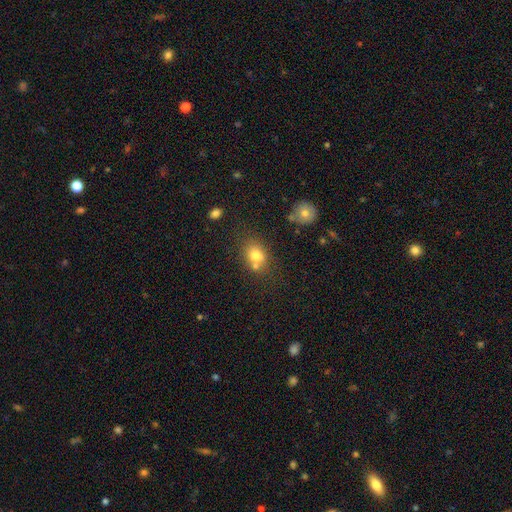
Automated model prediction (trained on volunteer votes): Smooth or featured? Predicted: smooth (p=0.75). How rounded? Predicted: in between (p=0.58). Merging? Predicted: none (p=0.51).